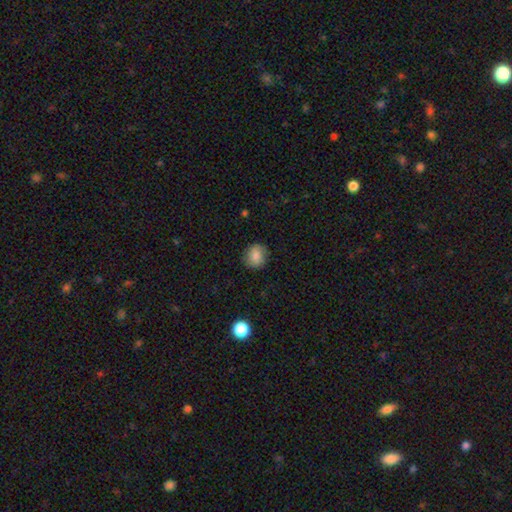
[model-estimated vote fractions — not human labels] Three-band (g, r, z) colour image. It shows a smooth galaxy with no disk features (83%) that is round (82%). Merging: none (87%).